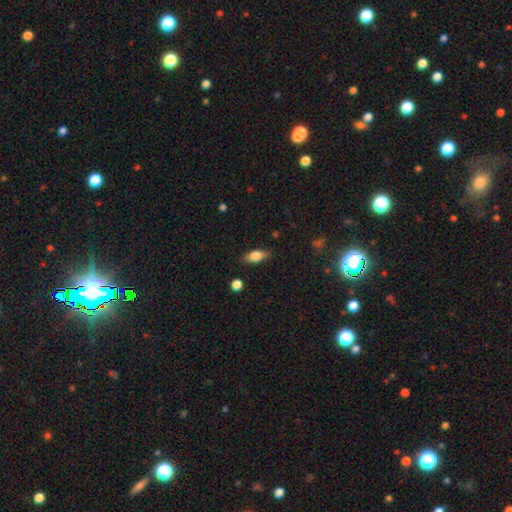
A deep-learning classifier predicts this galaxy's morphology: A smooth galaxy with no disk features (72%) that is in between round and cigar-shaped (79%).

Vote fractions:
- Smooth or featured? smooth: 72% / featured or disk: 20% / star or artifact: 7%
- How rounded? in between: 79% / cigar-shaped: 17% / round: 5%
- Merging? none: 83% / minor disturbance: 12% / major disturbance: 3% / merger: 1%